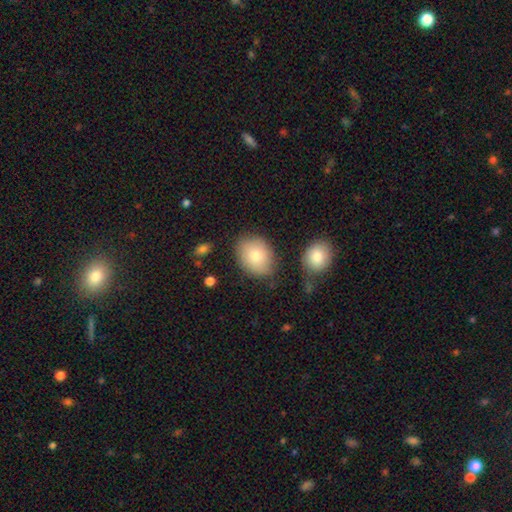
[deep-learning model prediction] Morphology: type=smooth (80%); roundness=in between (62%); merging=none (75%).